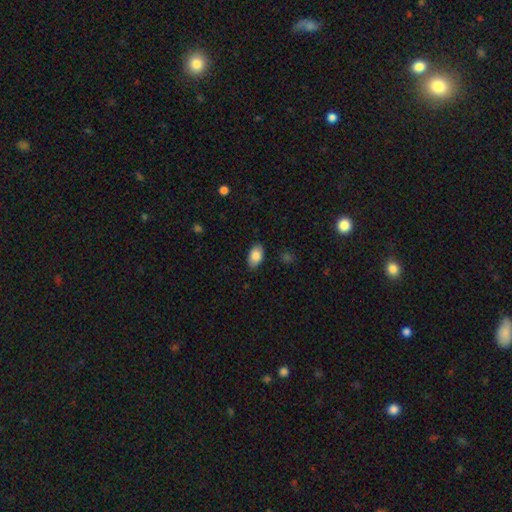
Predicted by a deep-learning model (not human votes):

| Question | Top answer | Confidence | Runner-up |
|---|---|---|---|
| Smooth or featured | smooth | 85% | featured or disk (8%) |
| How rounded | in between | 92% | round (6%) |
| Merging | none | 85% | minor disturbance (11%) |